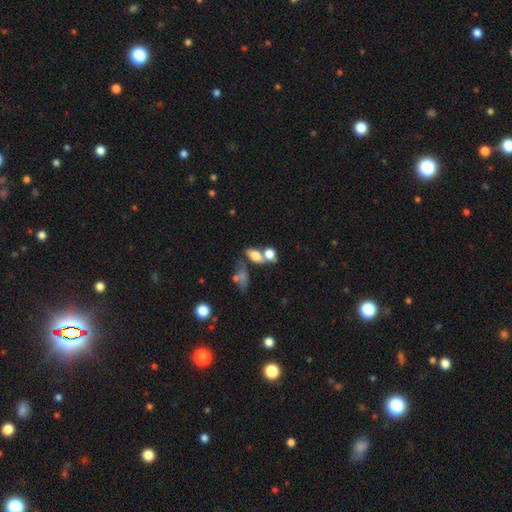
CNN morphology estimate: Overall: smooth (72%). How rounded: in between (74%). Merging: merger (43%; none 37%).